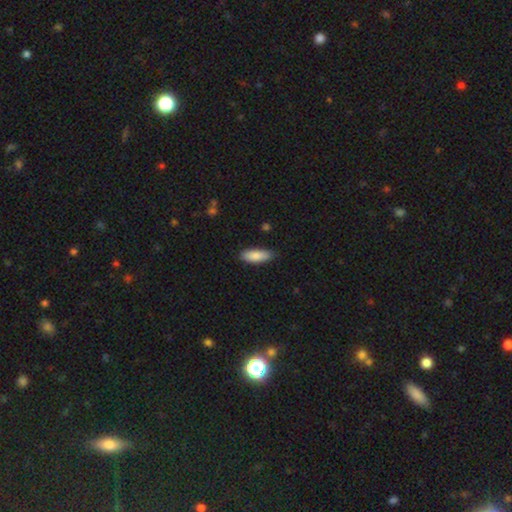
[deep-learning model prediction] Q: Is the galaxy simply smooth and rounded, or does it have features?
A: smooth — 85%.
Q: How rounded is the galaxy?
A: in between — 68%.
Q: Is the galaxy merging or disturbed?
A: none — 84%.